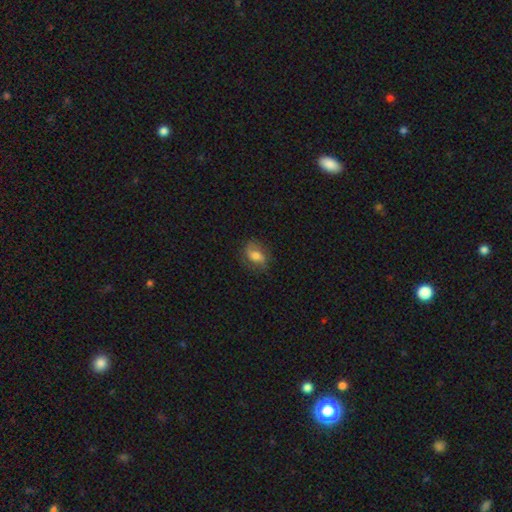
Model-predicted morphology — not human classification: The model was most divided on "smooth or featured": smooth: 56%, featured or disk: 35%, star or artifact: 9%. More confident: how rounded — in between (76%); merging — none (71%).